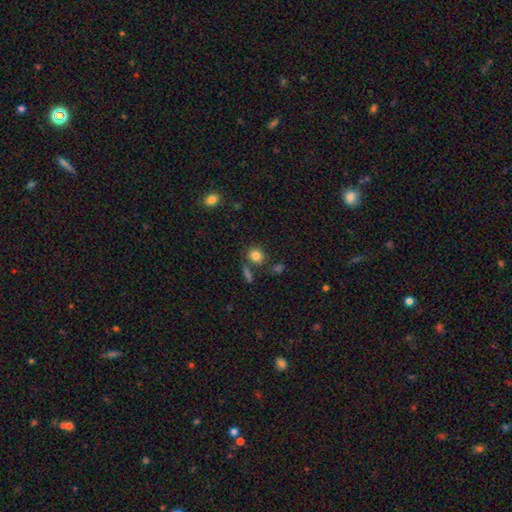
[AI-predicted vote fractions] A smooth galaxy with no disk features (83%) that is round (81%). Merging: none (73%).